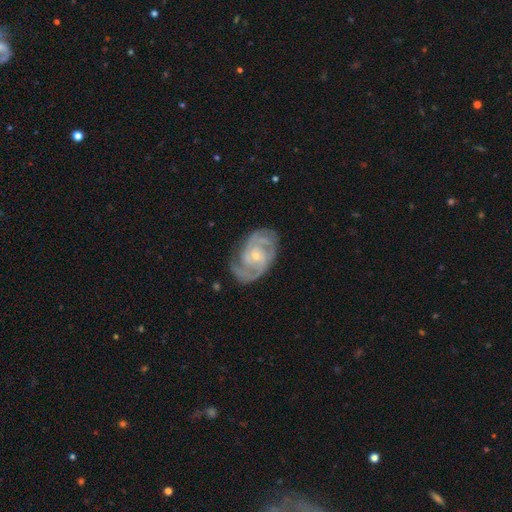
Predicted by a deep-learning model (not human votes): Morphology: type=featured or disk (91%); edge-on=no (97%); bar=no (58%); spiral arms=yes (98%); winding=tight (57%); arm count=2 (49%); bulge=small (66%); merging=none (74%).